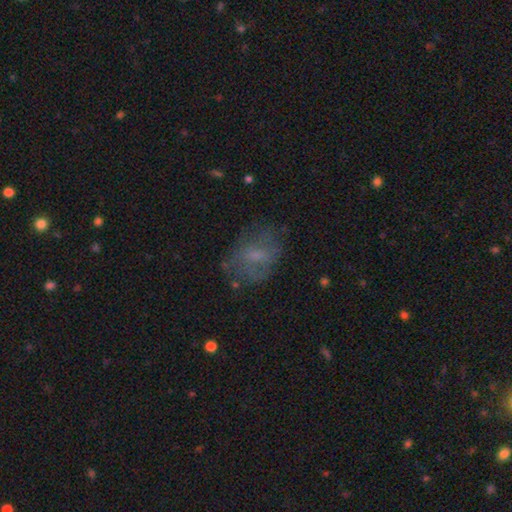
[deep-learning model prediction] The model was most divided on "smooth or featured": smooth: 49%, featured or disk: 39%, star or artifact: 12%. More confident: merging — none (57%).